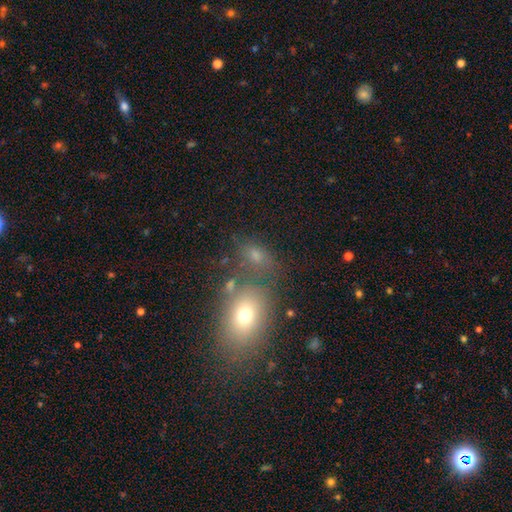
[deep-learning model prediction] Smooth or featured? Predicted: smooth (p=0.65). How rounded? Predicted: in between (p=0.73). Merging? Predicted: none (p=0.53).